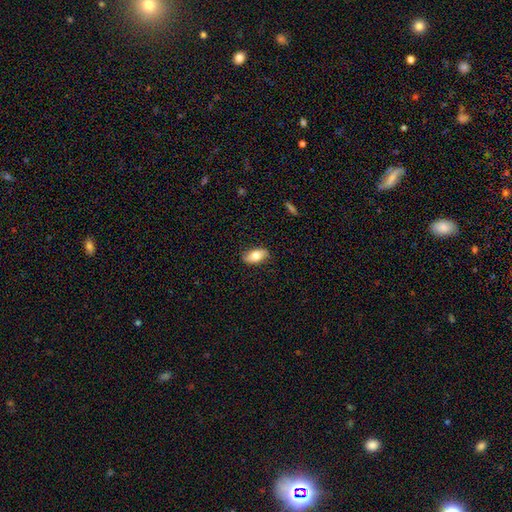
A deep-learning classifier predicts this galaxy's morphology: This appears to be a smooth galaxy with no disk features (71%) that is in between round and cigar-shaped (90%). Merging: none (84%).